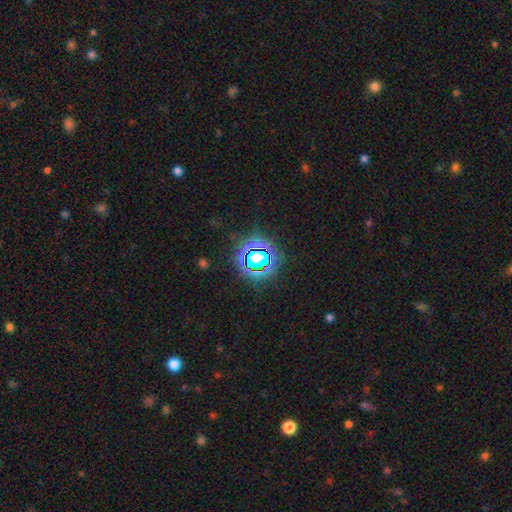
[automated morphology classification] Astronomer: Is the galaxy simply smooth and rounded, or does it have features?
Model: star or artifact — 75%.